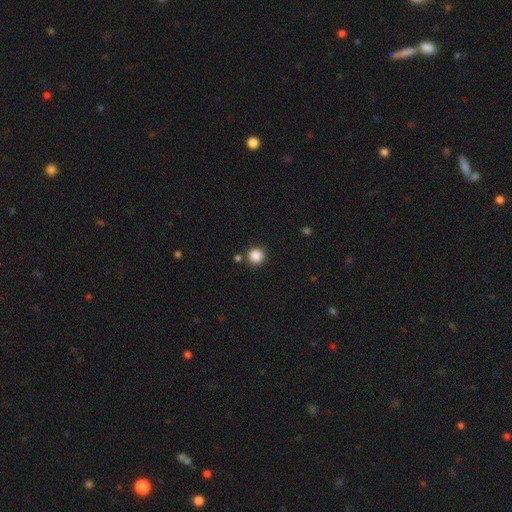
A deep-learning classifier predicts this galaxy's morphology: Q: Smooth or featured?
A: smooth (87%); runner-up: star or artifact (10%)
Q: How rounded?
A: round (95%); runner-up: in between (4%)
Q: Merging?
A: none (86%); runner-up: minor disturbance (7%)